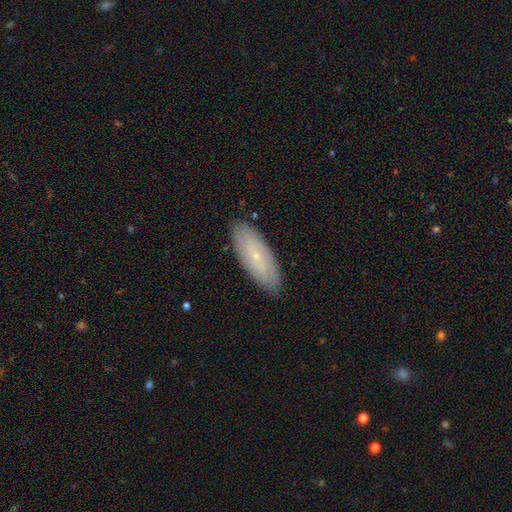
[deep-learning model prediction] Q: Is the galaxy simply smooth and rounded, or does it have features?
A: smooth — 57%.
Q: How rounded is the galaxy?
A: in between — 70%.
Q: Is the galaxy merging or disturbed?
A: none — 88%.